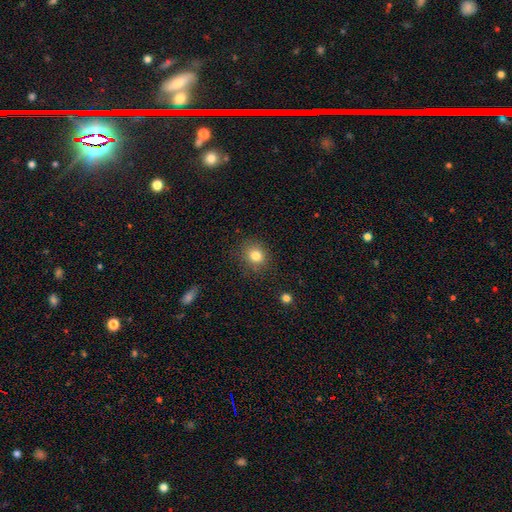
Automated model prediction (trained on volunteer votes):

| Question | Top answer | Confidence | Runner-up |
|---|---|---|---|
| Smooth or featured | smooth | 82% | star or artifact (12%) |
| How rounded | round | 74% | in between (25%) |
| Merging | none | 84% | minor disturbance (11%) |